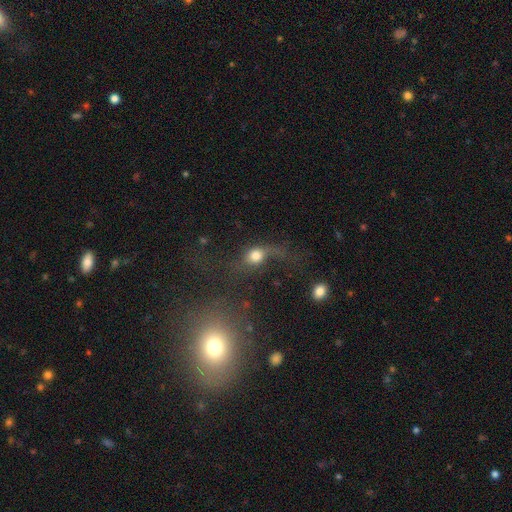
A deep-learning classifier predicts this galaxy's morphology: smooth 63%, featured or disk 24%, star or artifact 13%. Down the decision tree: how rounded — round (60%); merging — major disturbance (43%).